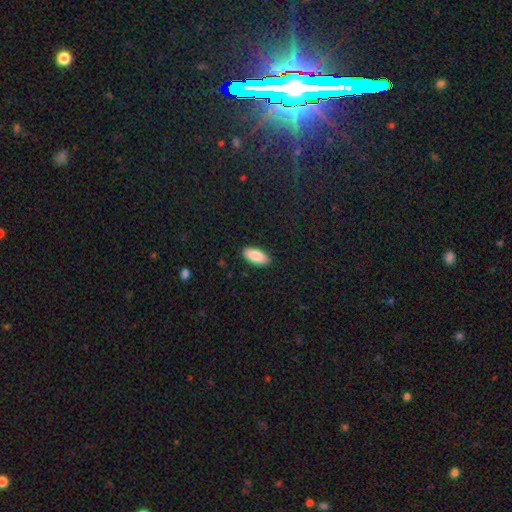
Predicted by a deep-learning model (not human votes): Smooth or featured? smooth (89%)
How rounded? in between (88%)
Merging? none (89%)